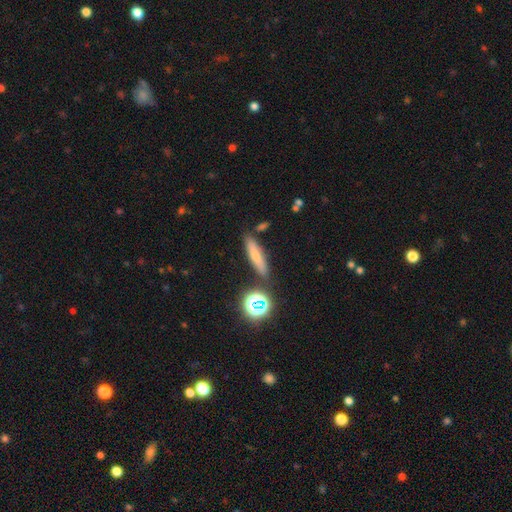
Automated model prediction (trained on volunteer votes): Smooth or featured: smooth — 61% (featured or disk — 25%)
How rounded: cigar-shaped — 76% (in between — 19%)
Merging: none — 81% (minor disturbance — 11%)